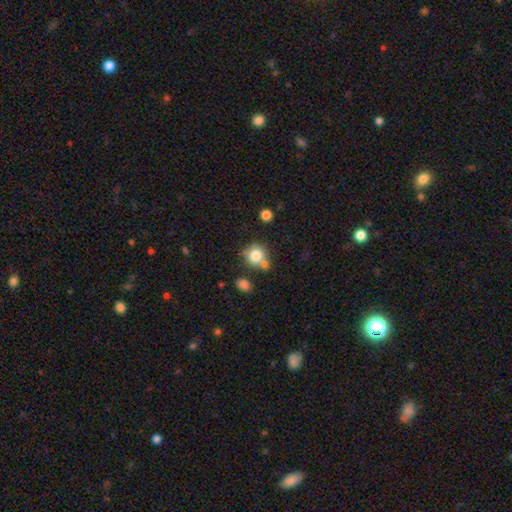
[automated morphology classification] The model was most divided on "merging": none: 56%, merger: 24%, minor disturbance: 15%, major disturbance: 5%. More confident: how rounded — round (83%); smooth or featured — smooth (78%).